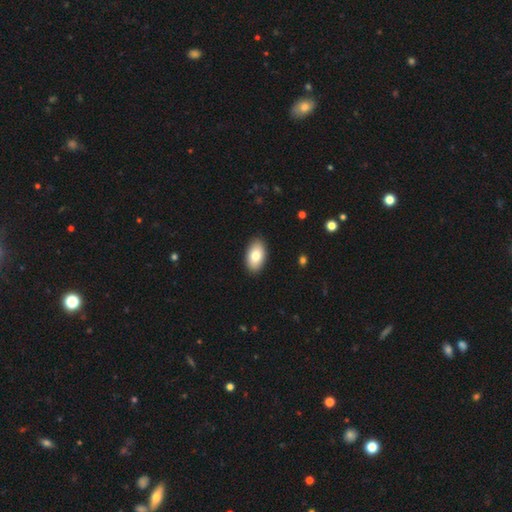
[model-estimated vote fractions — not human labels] Smooth or featured: smooth — 81% (featured or disk — 13%)
How rounded: in between — 94% (round — 4%)
Merging: none — 90% (minor disturbance — 8%)